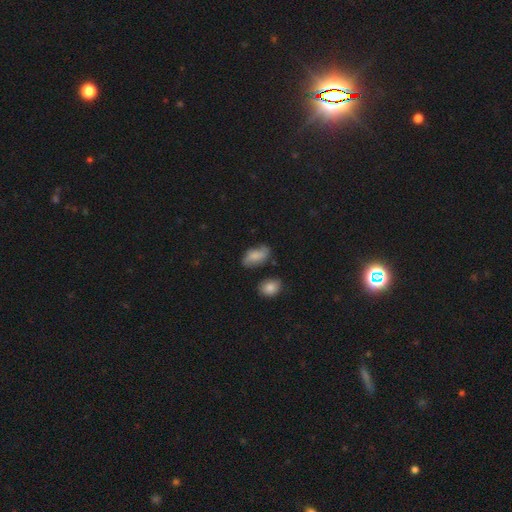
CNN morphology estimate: Q: Smooth or featured?
A: smooth (70%); runner-up: featured or disk (21%)
Q: How rounded?
A: in between (91%); runner-up: round (5%)
Q: Merging?
A: none (64%); runner-up: minor disturbance (26%)